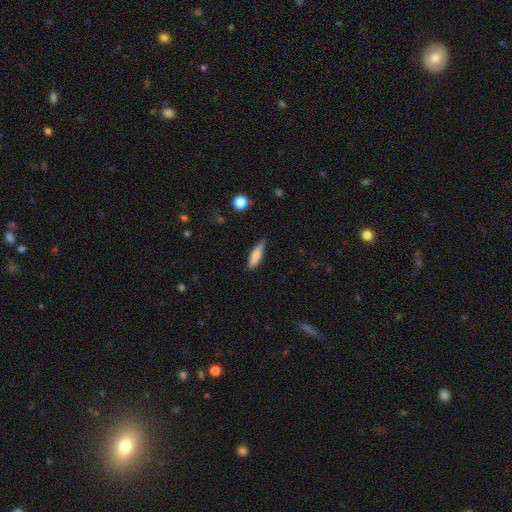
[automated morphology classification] Smooth or featured?
  - smooth: 80% *
  - featured or disk: 14%
  - star or artifact: 6%
How rounded?
  - cigar-shaped: 62% *
  - in between: 36%
  - round: 2%
Merging?
  - none: 77% *
  - minor disturbance: 18%
  - major disturbance: 3%
  - merger: 1%